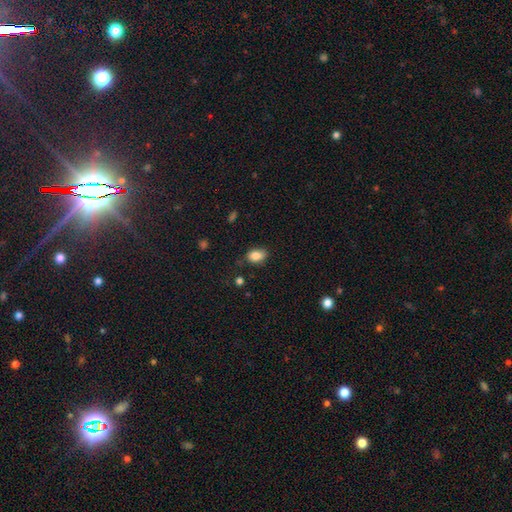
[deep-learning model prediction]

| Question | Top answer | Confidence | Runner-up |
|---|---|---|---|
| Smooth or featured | smooth | 86% | star or artifact (9%) |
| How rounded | in between | 80% | round (18%) |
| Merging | none | 75% | minor disturbance (19%) |